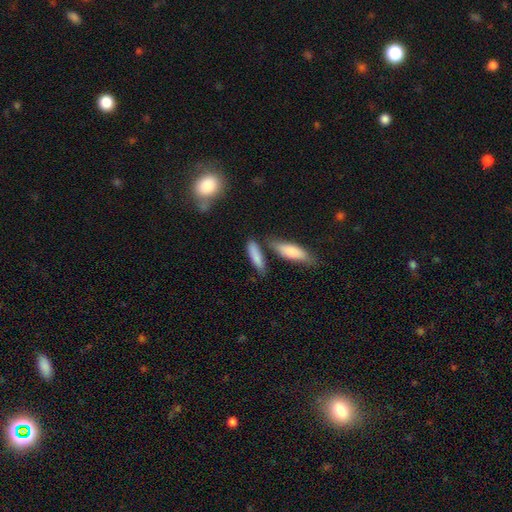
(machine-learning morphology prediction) Q: Smooth or featured?
A: smooth (82%); runner-up: featured or disk (11%)
Q: How rounded?
A: cigar-shaped (67%); runner-up: in between (30%)
Q: Merging?
A: none (69%); runner-up: merger (14%)